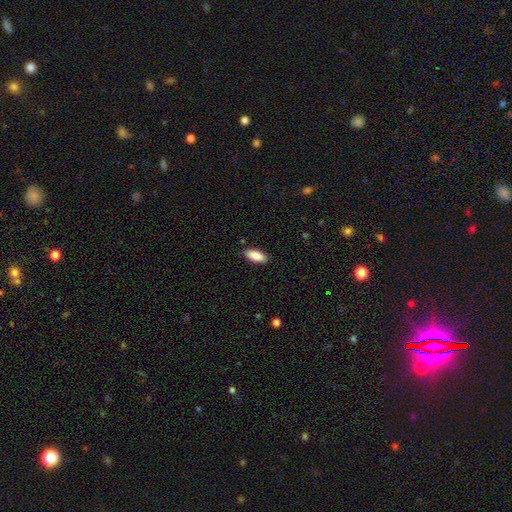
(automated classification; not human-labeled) The model was most divided on "how rounded": in between: 86%, cigar-shaped: 12%, round: 2%. More confident: smooth or featured — smooth (88%); merging — none (88%).